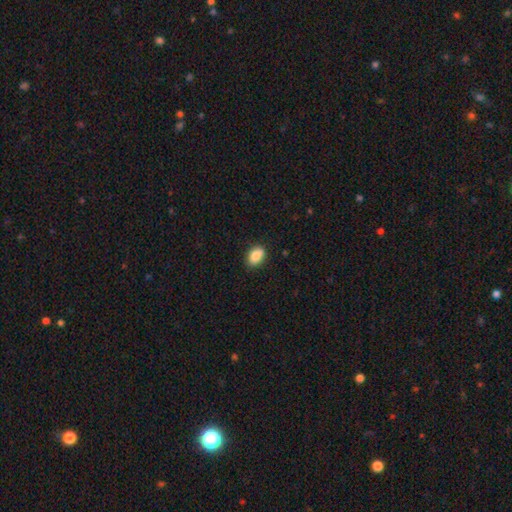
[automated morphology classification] Smooth or featured? Predicted: smooth (p=0.85). How rounded? Predicted: in between (p=0.82). Merging? Predicted: none (p=0.80).